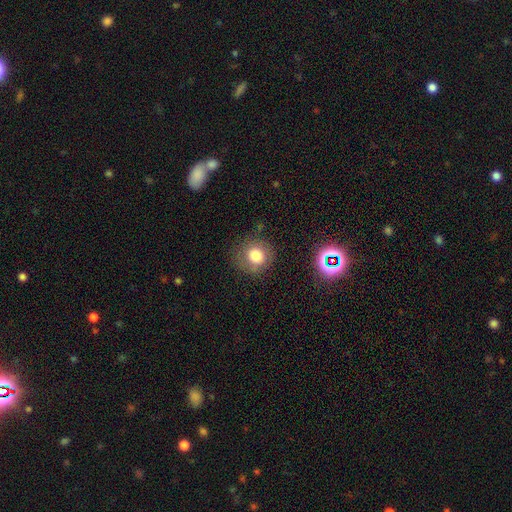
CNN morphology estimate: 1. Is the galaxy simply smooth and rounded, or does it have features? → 76% smooth, 12% star or artifact, 11% featured or disk.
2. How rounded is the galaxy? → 87% round, 12% in between, 1% cigar-shaped.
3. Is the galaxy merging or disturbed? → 79% none, 13% minor disturbance, 5% major disturbance, 2% merger.